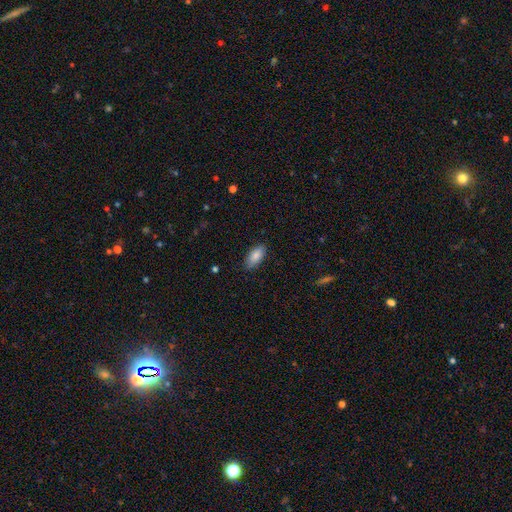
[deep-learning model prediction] This is clearly a smooth galaxy (86%). How rounded: clearly in between (90%). Merging: clearly none (86%).